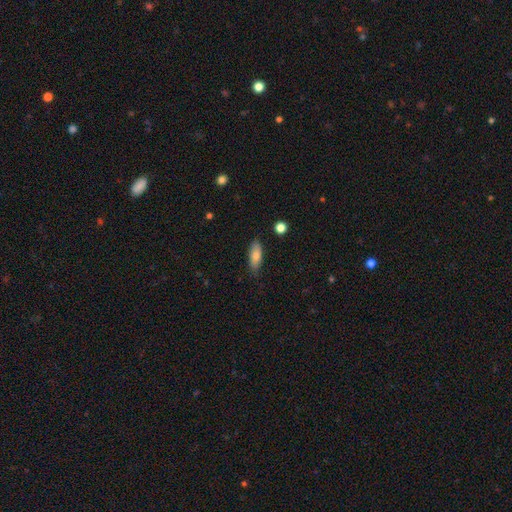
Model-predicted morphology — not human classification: smooth-or-featured: smooth: 78% | featured or disk: 15% | star or artifact: 7%
  how-rounded: in between: 69% | cigar-shaped: 29% | round: 3%
  merging: none: 82% | minor disturbance: 14% | major disturbance: 3% | merger: 2%